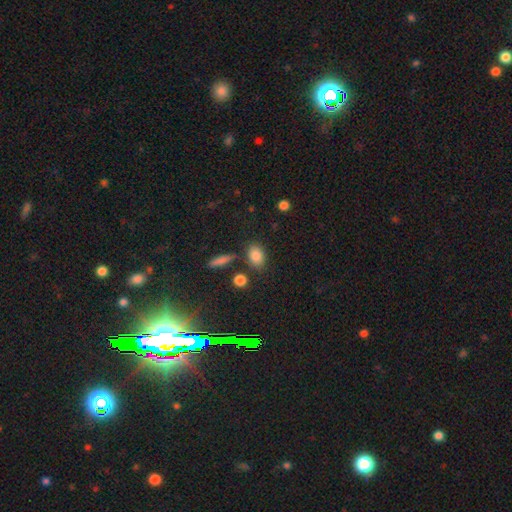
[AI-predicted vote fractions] This is clearly a smooth galaxy (85%). How rounded: likely in between (74%). Merging: likely none (75%).